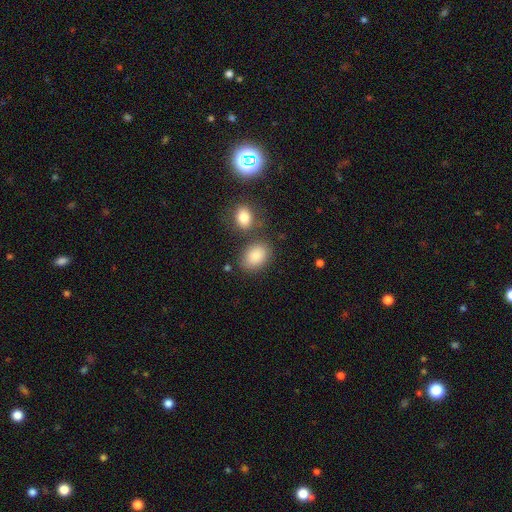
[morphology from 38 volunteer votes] smooth_or_featured: smooth (p=0.89) [alt: star or artifact p=0.08]
how_rounded: in between (p=0.76) [alt: round p=0.24]
merging: none (p=0.71) [alt: merger p=0.14]